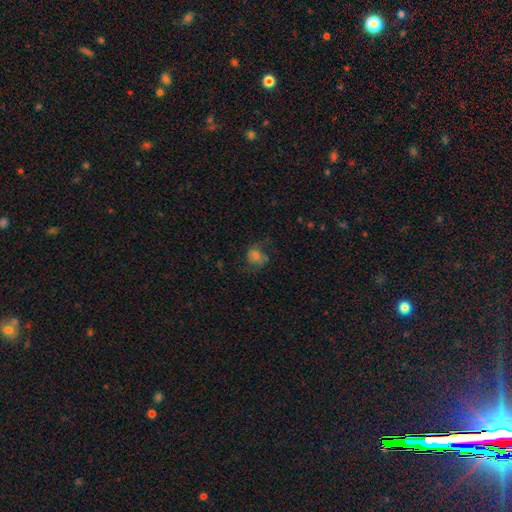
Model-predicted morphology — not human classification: Smooth or featured: smooth — 65% (featured or disk — 22%)
How rounded: round — 71% (in between — 28%)
Merging: none — 58% (minor disturbance — 23%)